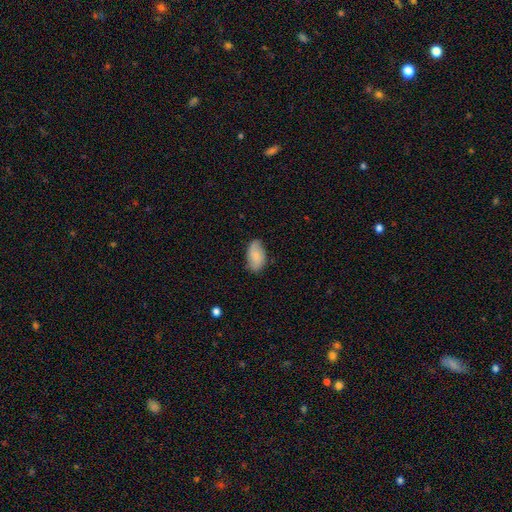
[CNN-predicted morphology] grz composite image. It shows a smooth galaxy with no disk features (79%) that is in between round and cigar-shaped (94%). Merging: none (75%).